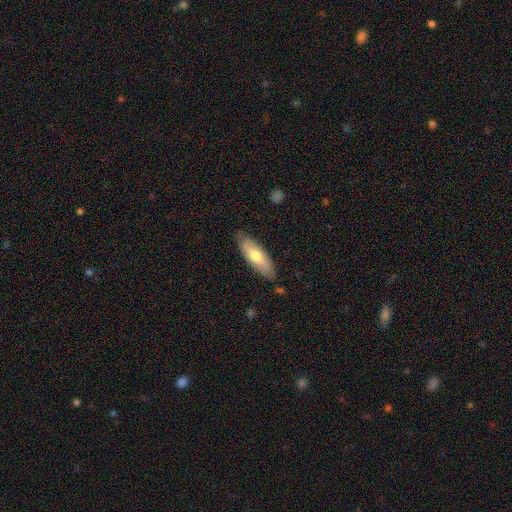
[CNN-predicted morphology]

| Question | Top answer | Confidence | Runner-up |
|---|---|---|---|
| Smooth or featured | smooth | 59% | featured or disk (36%) |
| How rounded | in between | 55% | cigar-shaped (43%) |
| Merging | none | 83% | minor disturbance (13%) |